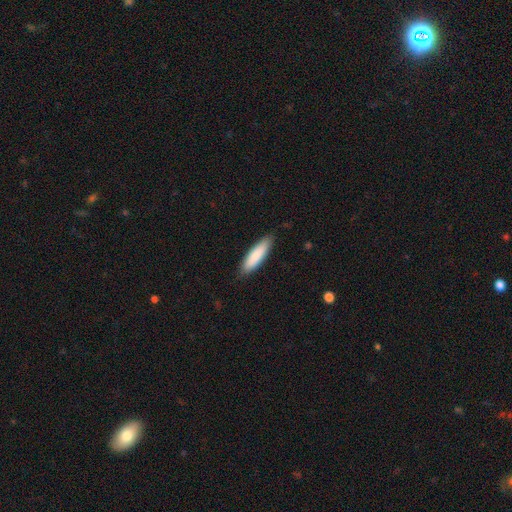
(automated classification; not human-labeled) A smooth galaxy with no disk features (86%) that is cigar-shaped (62%). Merging: none (87%).